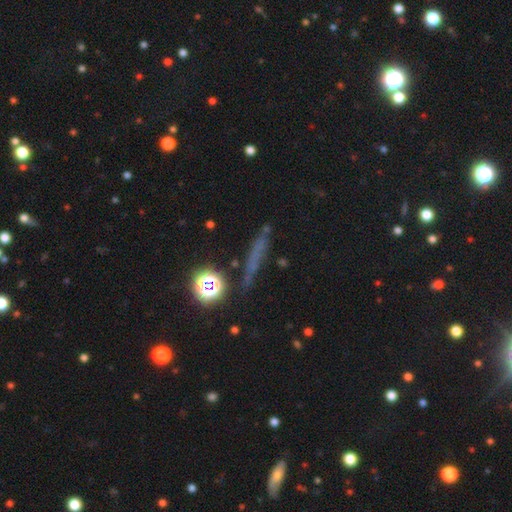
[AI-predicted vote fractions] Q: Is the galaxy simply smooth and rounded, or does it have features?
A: smooth — 43%.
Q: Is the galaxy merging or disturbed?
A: none — 75%.